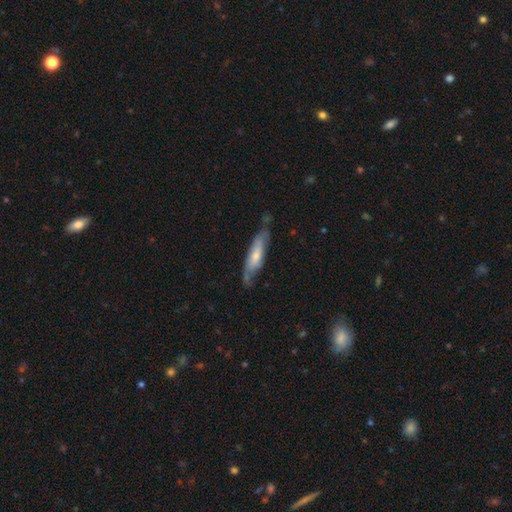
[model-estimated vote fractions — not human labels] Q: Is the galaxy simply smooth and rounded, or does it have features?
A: smooth — 48%.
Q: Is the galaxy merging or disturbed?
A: none — 60%.